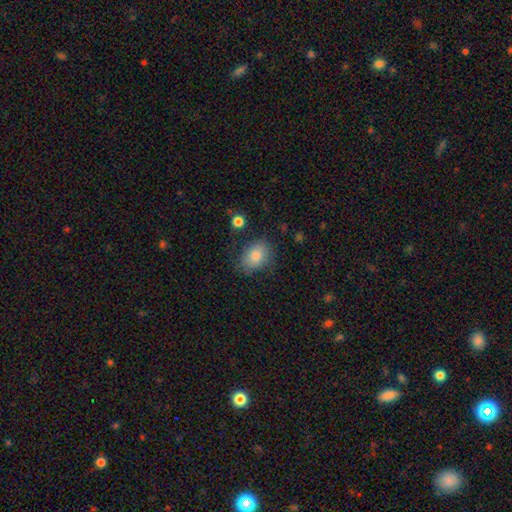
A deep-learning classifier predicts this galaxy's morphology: smooth-or-featured: smooth: 80% | featured or disk: 11% | star or artifact: 9%
  how-rounded: in between: 66% | round: 33% | cigar-shaped: 1%
  merging: none: 73% | minor disturbance: 19% | major disturbance: 6% | merger: 2%